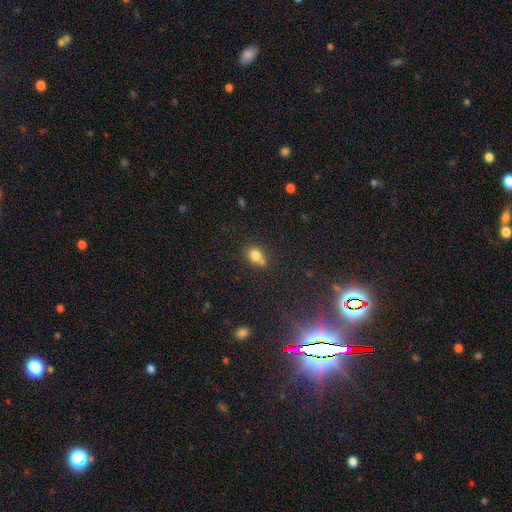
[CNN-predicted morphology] smooth 78%, star or artifact 12%, featured or disk 10%. Down the decision tree: how rounded — round (51%); merging — none (51%).